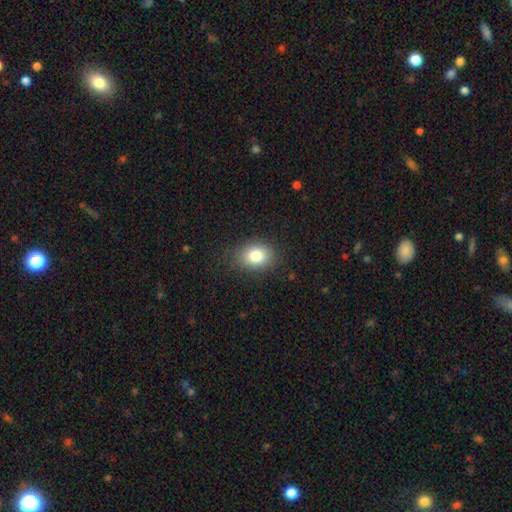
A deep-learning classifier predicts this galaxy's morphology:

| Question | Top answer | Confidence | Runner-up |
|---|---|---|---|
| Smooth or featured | smooth | 83% | star or artifact (9%) |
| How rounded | in between | 67% | round (32%) |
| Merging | none | 82% | minor disturbance (13%) |